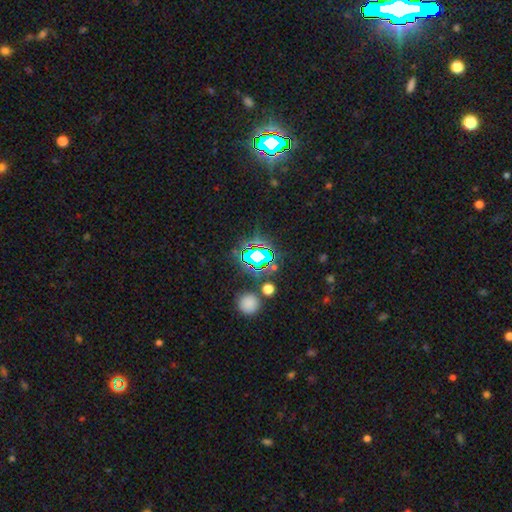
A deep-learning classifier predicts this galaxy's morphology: Smooth or featured? star or artifact (68%)